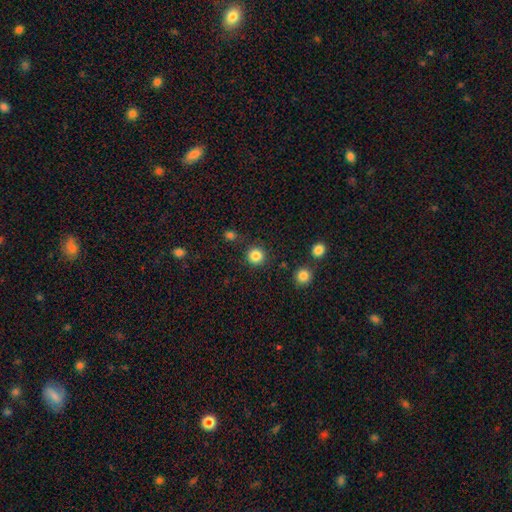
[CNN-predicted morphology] Q: Smooth or featured?
A: smooth (85%); runner-up: star or artifact (11%)
Q: How rounded?
A: round (94%); runner-up: in between (5%)
Q: Merging?
A: none (89%); runner-up: minor disturbance (6%)